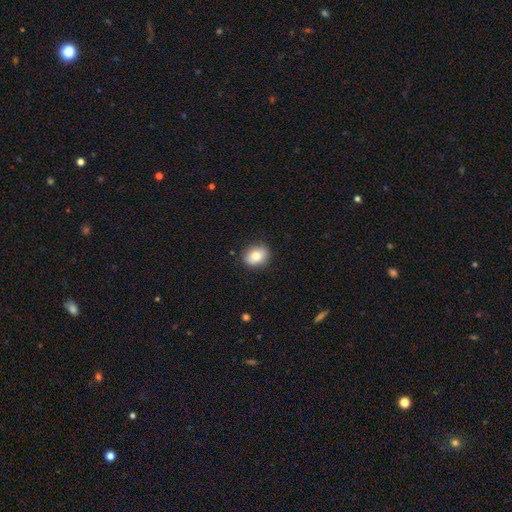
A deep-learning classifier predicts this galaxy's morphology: A smooth galaxy with no disk features (80%) that is round (51%).

Vote fractions:
- Smooth or featured? smooth: 80% / featured or disk: 11% / star or artifact: 9%
- How rounded? round: 51% / in between: 48% / cigar-shaped: 1%
- Merging? none: 86% / minor disturbance: 10% / major disturbance: 2% / merger: 1%